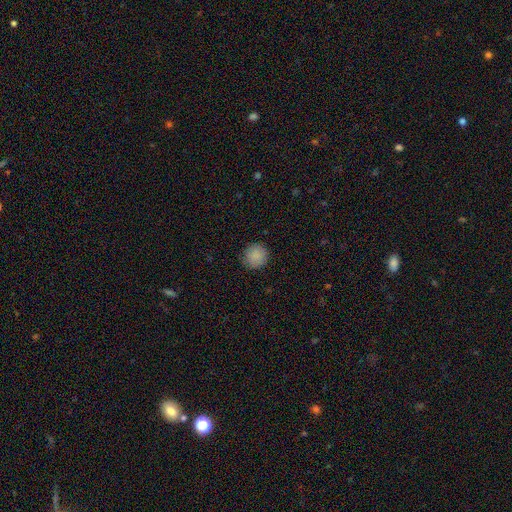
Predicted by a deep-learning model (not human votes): smooth 88%, star or artifact 8%, featured or disk 4%. Down the decision tree: how rounded — round (94%); merging — none (88%).